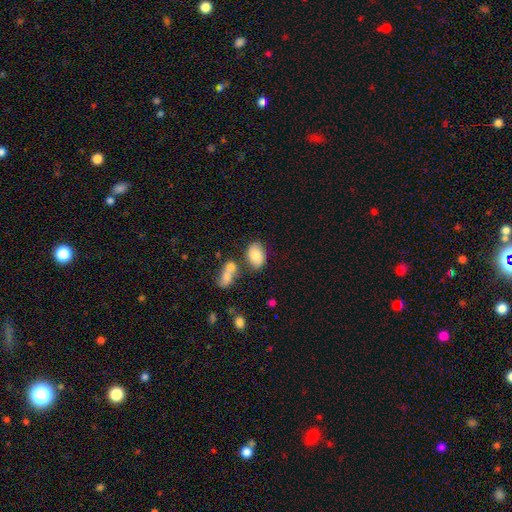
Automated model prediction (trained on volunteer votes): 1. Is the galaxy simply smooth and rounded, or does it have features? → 81% smooth, 11% featured or disk, 8% star or artifact.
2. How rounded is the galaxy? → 84% in between, 15% round, 1% cigar-shaped.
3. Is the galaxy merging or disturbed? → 66% none, 16% merger, 14% minor disturbance, 4% major disturbance.